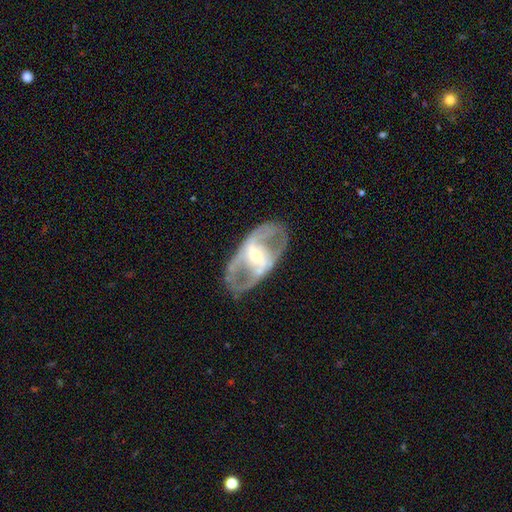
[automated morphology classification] A featured or disk galaxy (82%) with a strong bar (53%), spiral arms (65%) and a small central bulge (50%).

Vote fractions:
- Smooth or featured? featured or disk: 82% / smooth: 12% / star or artifact: 6%
- Edge-on disk? no: 91% / yes: 9%
- Bar? strong: 53% / weak: 30% / no: 17%
- Spiral arms? yes: 65% / no: 35%
- Bulge size? small: 50% / moderate: 42% / large: 5% / none: 2% / dominant: 1%
- Merging? none: 71% / minor disturbance: 15% / major disturbance: 12% / merger: 2%